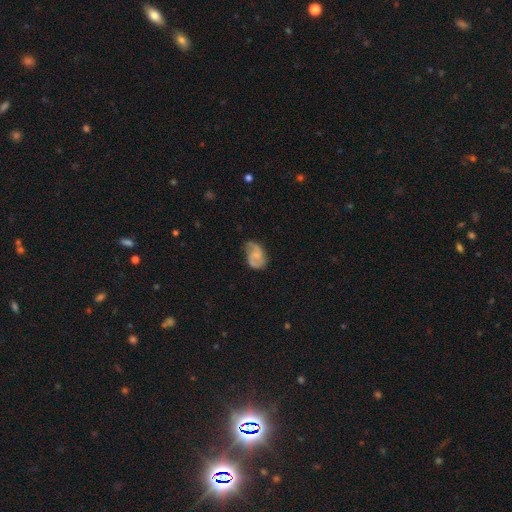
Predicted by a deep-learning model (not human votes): Morphology: type=featured or disk (61%); edge-on=no (97%); bar=no (58%); spiral arms=yes (88%); winding=medium (45%); arm count=2 (80%); bulge=small (45%); merging=none (53%).